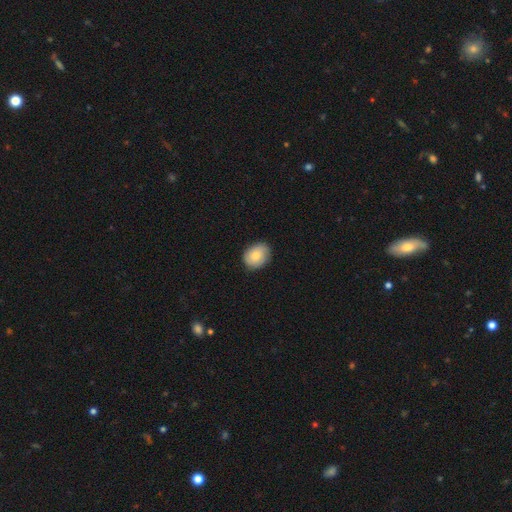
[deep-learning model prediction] Smooth or featured? smooth (80%)
How rounded? in between (53%)
Merging? none (82%)